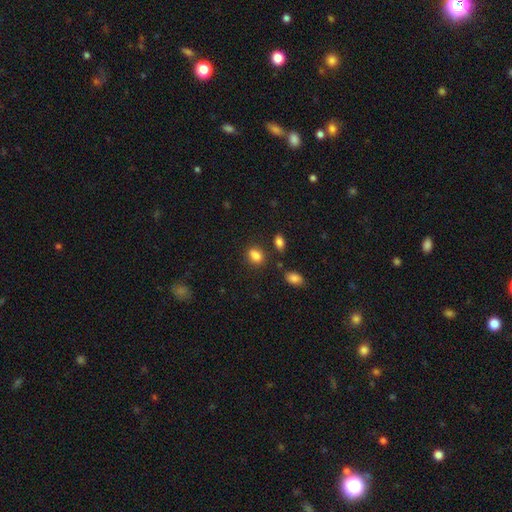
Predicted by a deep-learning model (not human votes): Morphology: type=smooth (82%); roundness=in between (63%); merging=none (64%).